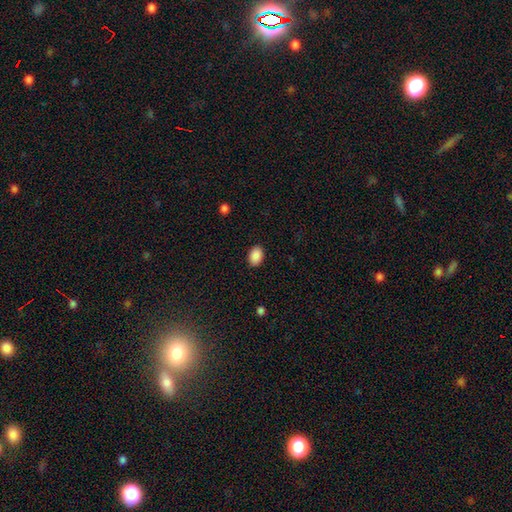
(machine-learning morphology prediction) smooth_or_featured: smooth (p=0.90) [alt: star or artifact p=0.07]
how_rounded: in between (p=0.85) [alt: round p=0.14]
merging: none (p=0.89) [alt: minor disturbance p=0.08]